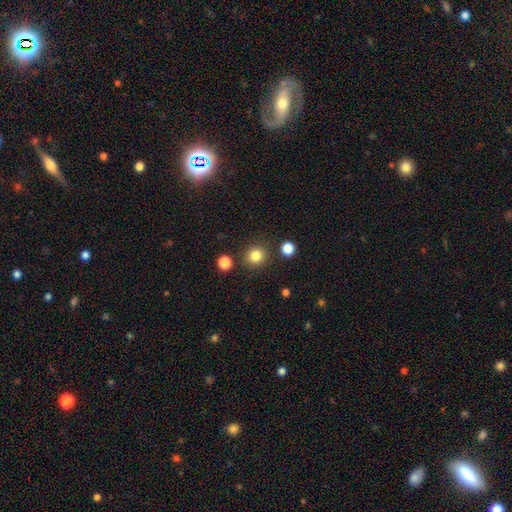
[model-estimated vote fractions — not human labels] smooth-or-featured: smooth: 83% | star or artifact: 12% | featured or disk: 5%
  how-rounded: round: 89% | in between: 10% | cigar-shaped: 1%
  merging: none: 87% | minor disturbance: 7% | merger: 4% | major disturbance: 2%